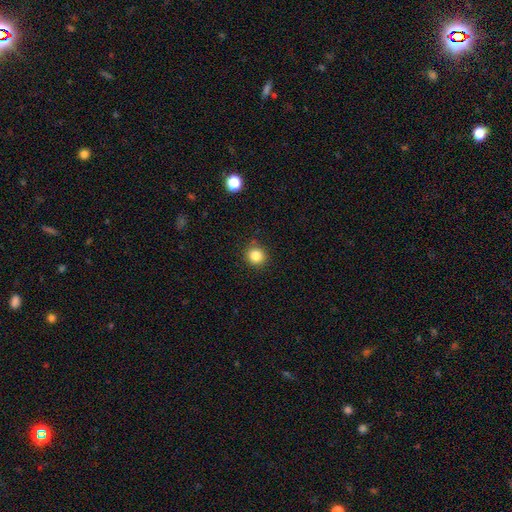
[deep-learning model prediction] This appears to be a smooth galaxy with no disk features (84%) that is round (90%). Merging: none (88%).